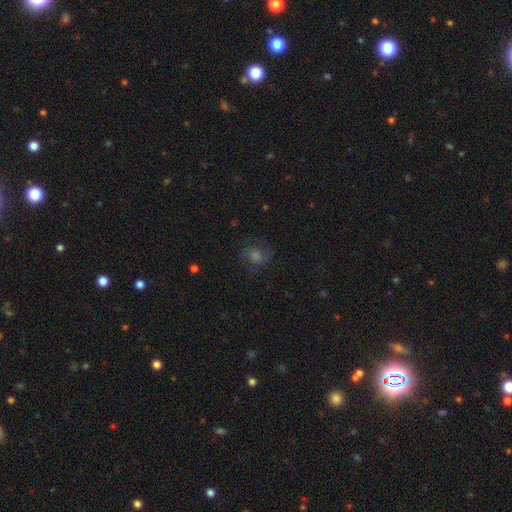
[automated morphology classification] Smooth or featured? Predicted: smooth (p=0.40). Merging? Predicted: none (p=0.75).